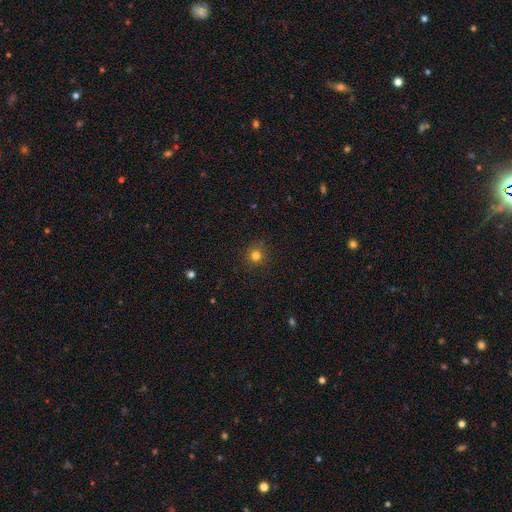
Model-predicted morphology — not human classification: This appears to be a smooth galaxy with no disk features (80%) that is round (93%). Merging: none (89%).